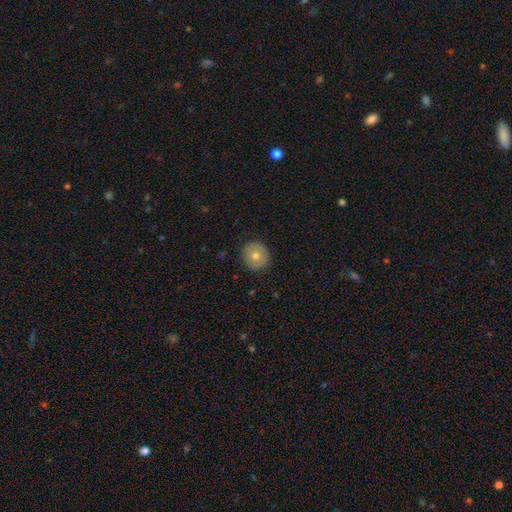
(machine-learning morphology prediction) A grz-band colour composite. It shows a smooth galaxy with no disk features (63%) that is round (92%). Merging: none (88%).